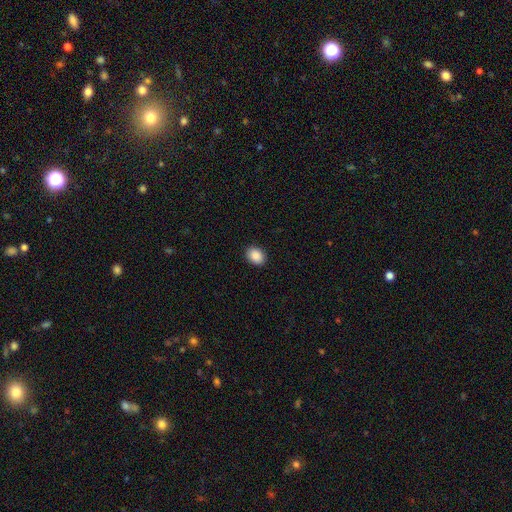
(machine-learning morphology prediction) Overall: smooth (89%). How rounded: in between (64%; round 35%). Merging: none (91%).